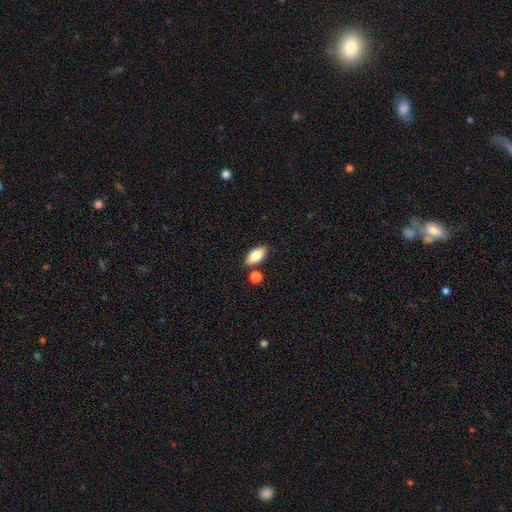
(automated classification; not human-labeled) Smooth or featured? smooth (80%)
How rounded? in between (89%)
Merging? none (79%)